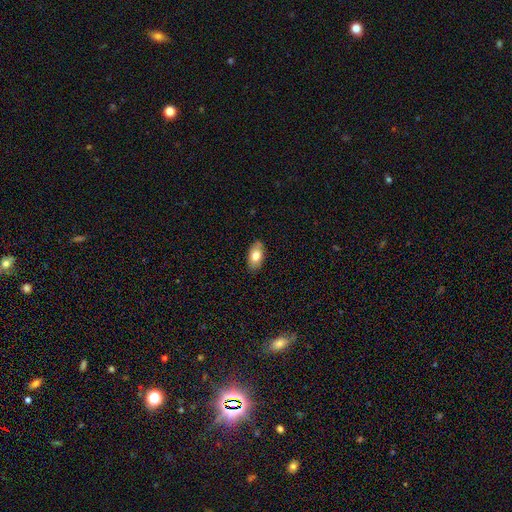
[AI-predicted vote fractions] smooth_or_featured: smooth (p=0.74) [alt: featured or disk p=0.19]
how_rounded: in between (p=0.92) [alt: round p=0.05]
merging: none (p=0.86) [alt: minor disturbance p=0.11]